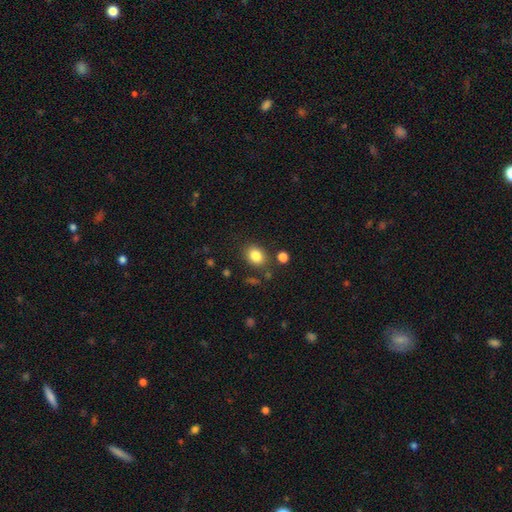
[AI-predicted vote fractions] This is clearly a smooth galaxy (84%). How rounded: likely in between (61%). Merging: clearly none (80%).